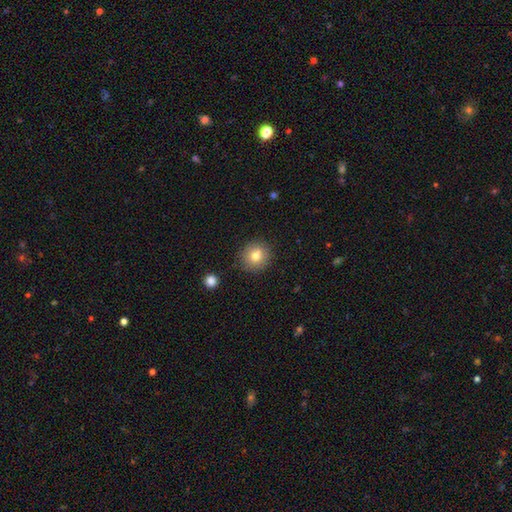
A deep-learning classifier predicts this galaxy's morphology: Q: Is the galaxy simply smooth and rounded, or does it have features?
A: smooth — 78%.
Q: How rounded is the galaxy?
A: round — 88%.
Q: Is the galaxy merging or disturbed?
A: none — 86%.